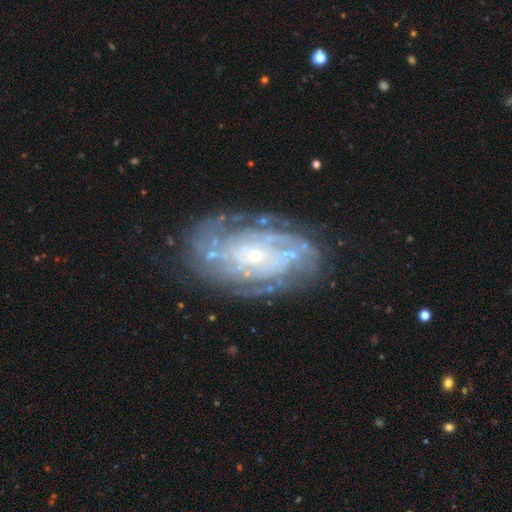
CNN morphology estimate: Q: Smooth or featured?
A: featured or disk (85%); runner-up: smooth (9%)
Q: Edge-on disk?
A: no (95%); runner-up: yes (5%)
Q: Bar?
A: no (73%); runner-up: weak (21%)
Q: Spiral arms?
A: yes (92%); runner-up: no (8%)
Q: Spiral winding?
A: tight (71%); runner-up: medium (24%)
Q: Spiral arm count?
A: can't tell (41%); runner-up: 2 (16%)
Q: Bulge size?
A: small (71%); runner-up: moderate (22%)
Q: Merging?
A: none (74%); runner-up: minor disturbance (17%)